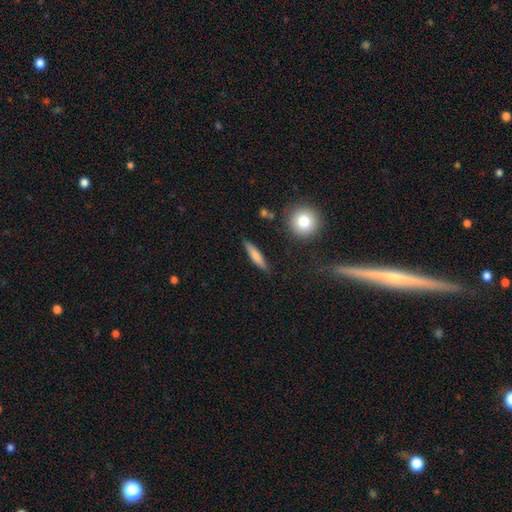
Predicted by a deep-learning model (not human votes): Morphology: type=smooth (71%); roundness=cigar-shaped (84%); merging=none (86%).